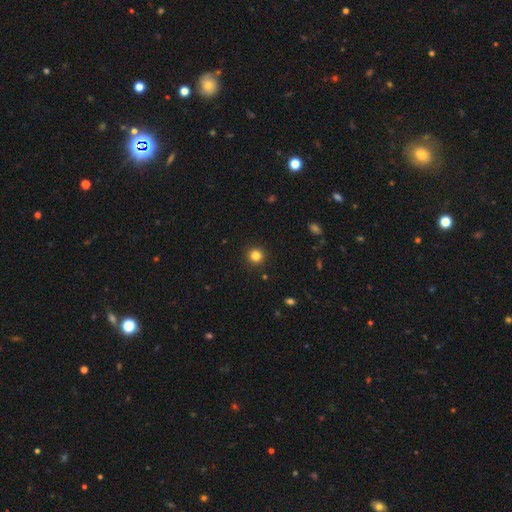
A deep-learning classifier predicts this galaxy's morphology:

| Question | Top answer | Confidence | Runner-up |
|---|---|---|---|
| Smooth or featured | smooth | 82% | star or artifact (13%) |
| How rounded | round | 94% | in between (5%) |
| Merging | none | 92% | minor disturbance (5%) |